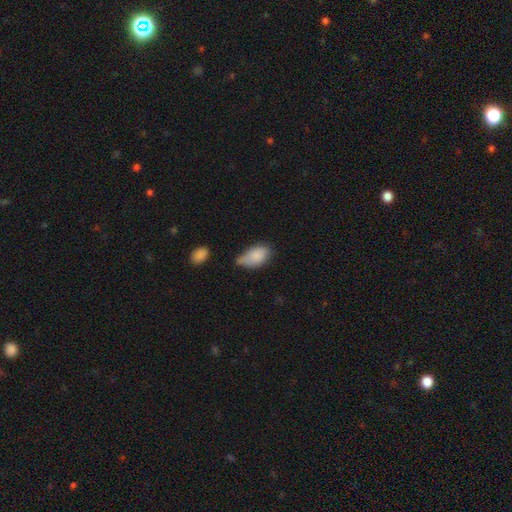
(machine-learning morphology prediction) smooth-or-featured: smooth: 83% | featured or disk: 9% | star or artifact: 7%
  how-rounded: in between: 92% | round: 6% | cigar-shaped: 2%
  merging: minor disturbance: 43% | none: 36% | major disturbance: 14% | merger: 7%